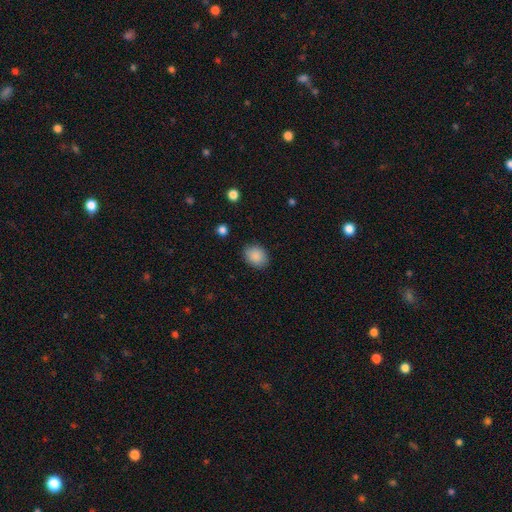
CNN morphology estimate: Q: Smooth or featured?
A: smooth (88%); runner-up: star or artifact (8%)
Q: How rounded?
A: round (53%); runner-up: in between (46%)
Q: Merging?
A: none (87%); runner-up: minor disturbance (10%)